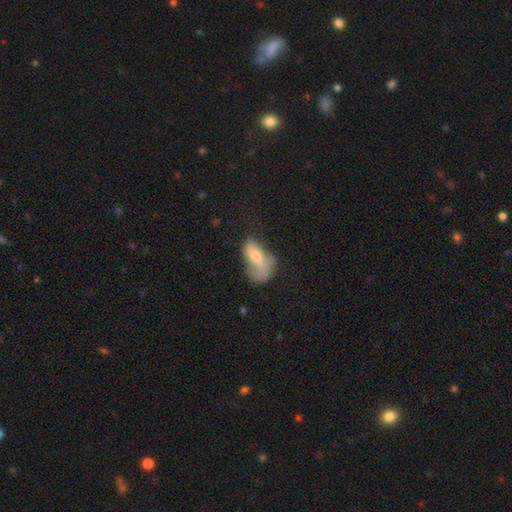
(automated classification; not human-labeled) The model was most divided on "merging": major disturbance: 38%, minor disturbance: 30%, none: 27%, merger: 5%. More confident: how rounded — in between (87%); smooth or featured — smooth (57%).